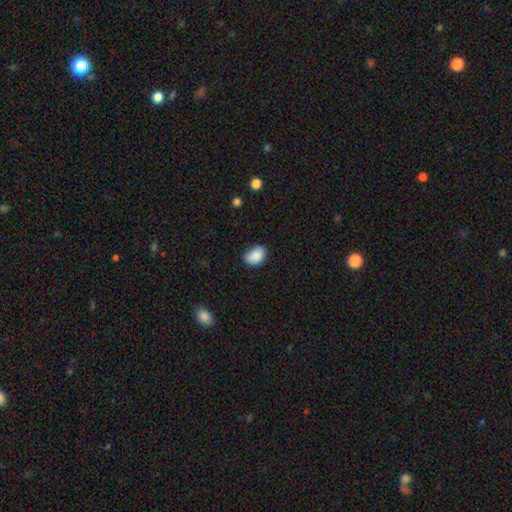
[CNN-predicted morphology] smooth-or-featured: smooth: 88% | star or artifact: 8% | featured or disk: 4%
  how-rounded: in between: 80% | round: 19% | cigar-shaped: 1%
  merging: none: 73% | minor disturbance: 22% | major disturbance: 4% | merger: 1%